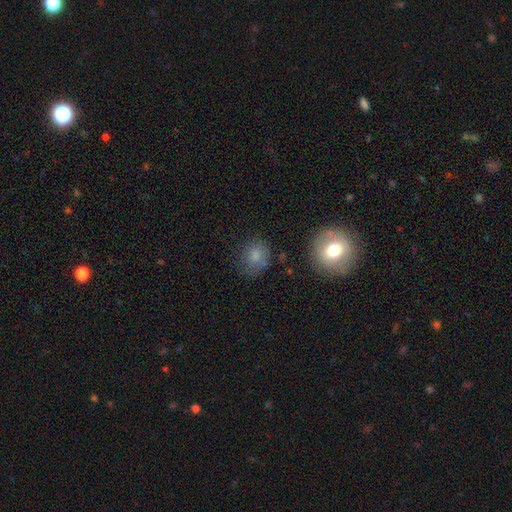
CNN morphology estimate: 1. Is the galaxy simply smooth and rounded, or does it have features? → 77% smooth, 12% featured or disk, 11% star or artifact.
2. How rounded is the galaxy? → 64% round, 35% in between, 1% cigar-shaped.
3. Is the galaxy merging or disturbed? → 65% none, 23% minor disturbance, 9% major disturbance, 4% merger.